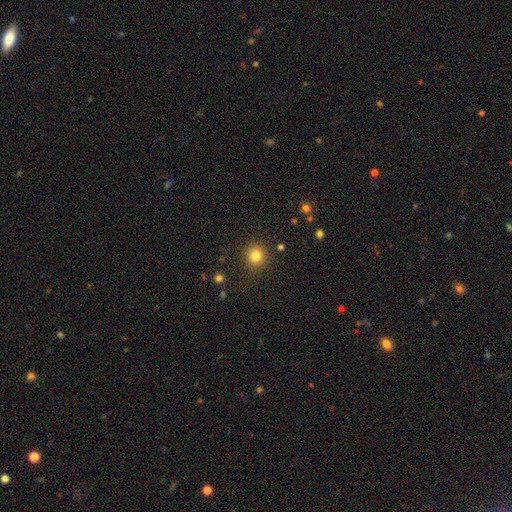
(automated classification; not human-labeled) A smooth galaxy with no disk features (81%) that is round (91%).

Vote fractions:
- Smooth or featured? smooth: 81% / star or artifact: 13% / featured or disk: 6%
- How rounded? round: 91% / in between: 8% / cigar-shaped: 1%
- Merging? none: 89% / minor disturbance: 7% / major disturbance: 3% / merger: 2%